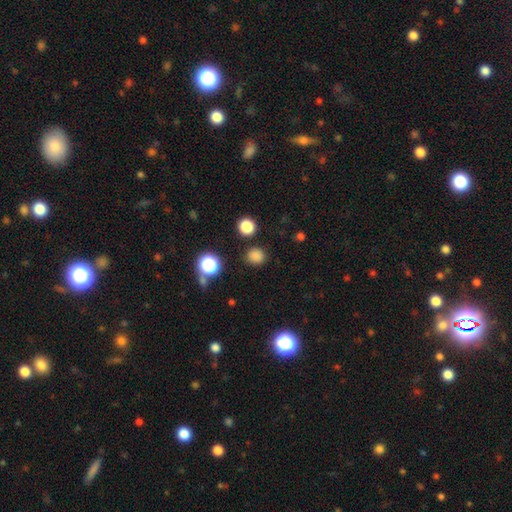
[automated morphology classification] type=smooth (79%); roundness=round (88%); merging=none (86%).